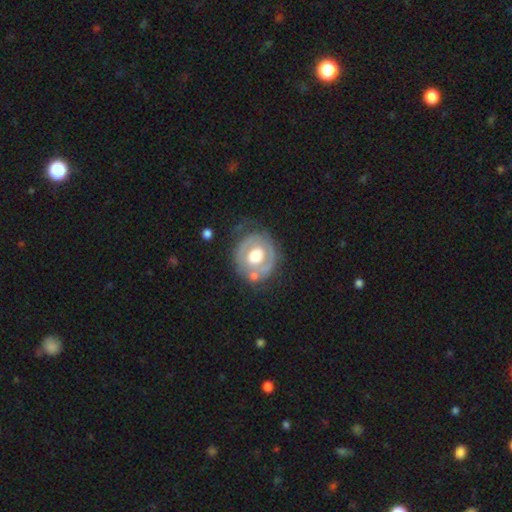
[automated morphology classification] Smooth or featured: featured or disk — 61% (smooth — 33%)
Edge-on disk: no — 96% (yes — 4%)
Bar: no — 77% (weak — 17%)
Spiral arms: no — 64% (yes — 36%)
Bulge size: large — 51% (moderate — 38%)
Merging: none — 63% (minor disturbance — 20%)